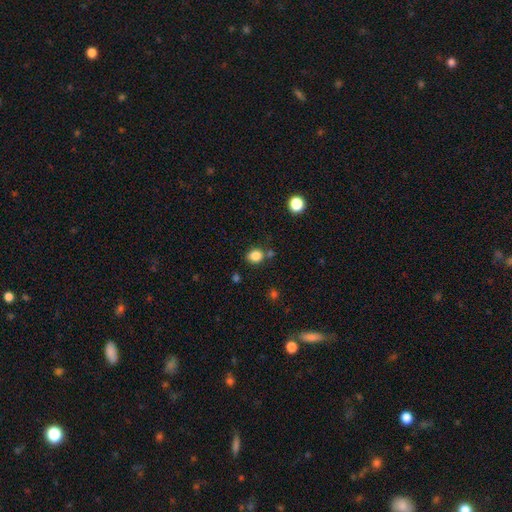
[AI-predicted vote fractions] Overall: smooth (84%). How rounded: round (64%; in between 35%). Merging: none (75%).